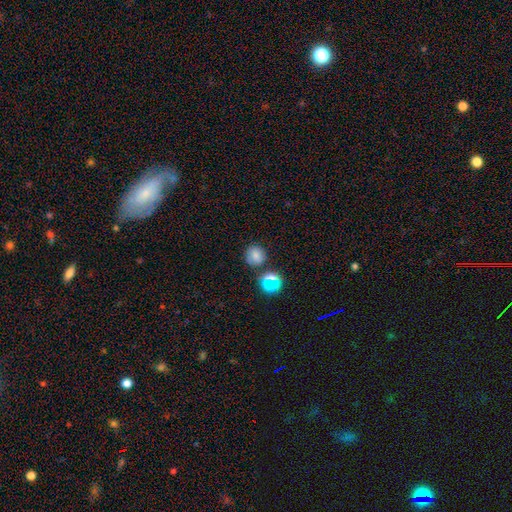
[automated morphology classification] type=smooth (69%); roundness=round (84%); merging=none (73%).